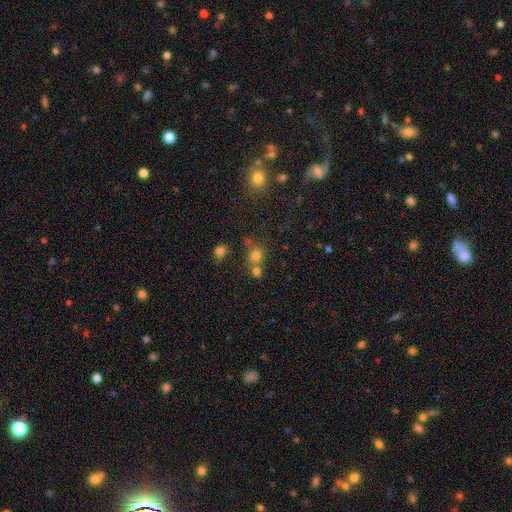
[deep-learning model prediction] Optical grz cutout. It shows a smooth galaxy with no disk features (74%) that is round (81%). Merging: none (54%).